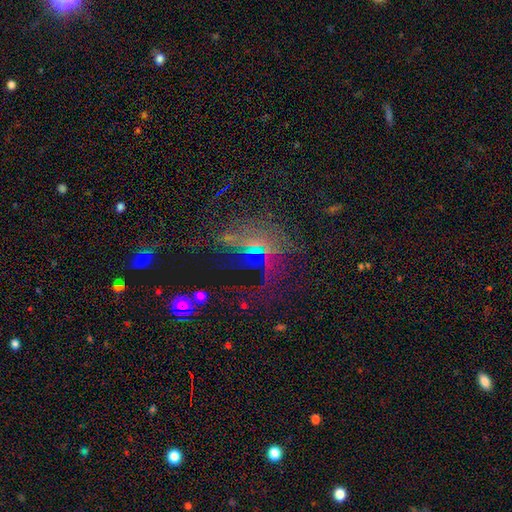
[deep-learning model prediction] Overall: star or artifact (49%; featured or disk 28%).